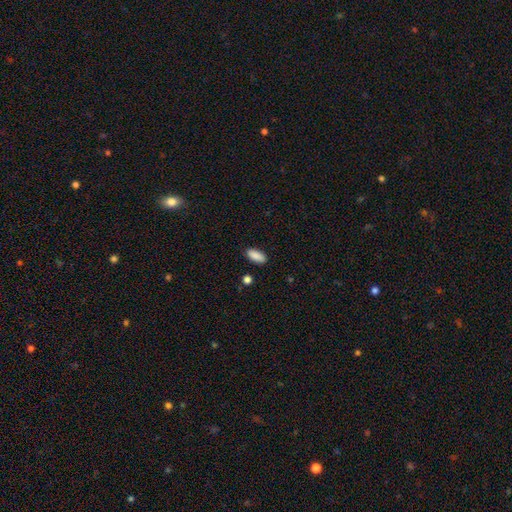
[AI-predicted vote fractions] smooth 89%, star or artifact 7%, featured or disk 4%. Down the decision tree: how rounded — in between (88%); merging — none (87%).